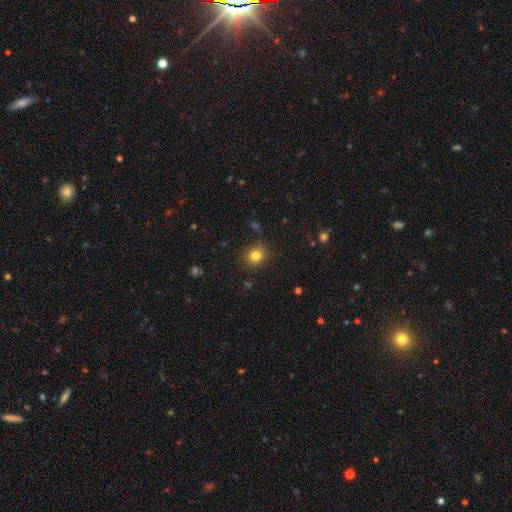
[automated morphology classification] This is clearly a smooth galaxy (81%). How rounded: likely round (76%). Merging: clearly none (82%).